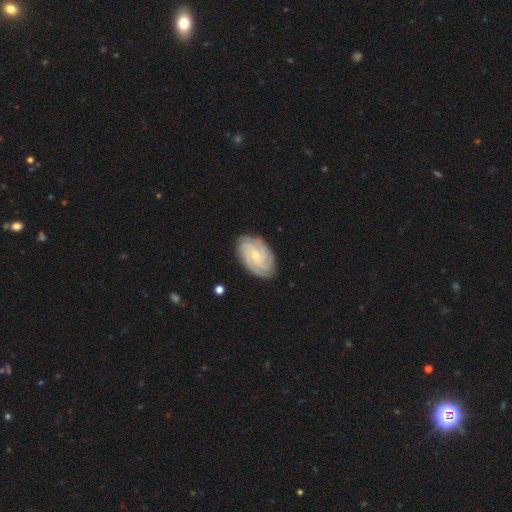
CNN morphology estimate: Smooth or featured: featured or disk — 85% (smooth — 10%)
Edge-on disk: no — 97% (yes — 3%)
Bar: no — 63% (weak — 30%)
Spiral arms: yes — 98% (no — 2%)
Spiral winding: tight — 75% (medium — 21%)
Spiral arm count: 4 — 34% (3 — 20%)
Bulge size: small — 66% (moderate — 31%)
Merging: none — 84% (minor disturbance — 12%)